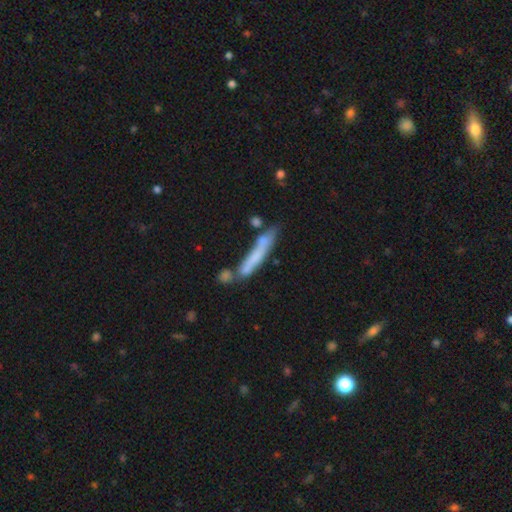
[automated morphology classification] A smooth galaxy with no disk features (58%) that is cigar-shaped (92%).

Vote fractions:
- Smooth or featured? smooth: 58% / featured or disk: 34% / star or artifact: 8%
- How rounded? cigar-shaped: 92% / in between: 6% / round: 2%
- Merging? none: 53% / merger: 20% / minor disturbance: 19% / major disturbance: 8%